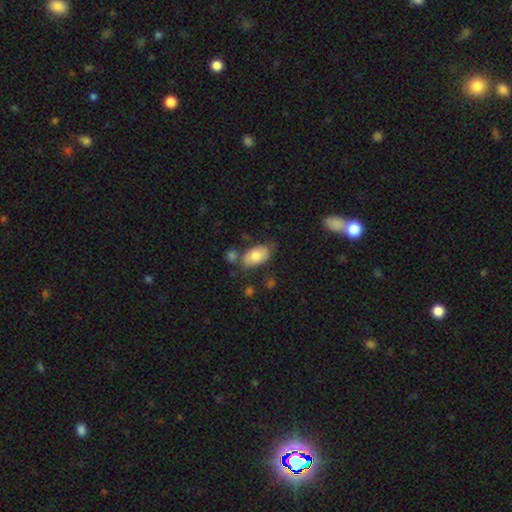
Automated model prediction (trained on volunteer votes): Smooth or featured? Predicted: smooth (p=0.75). How rounded? Predicted: in between (p=0.93). Merging? Predicted: none (p=0.63).